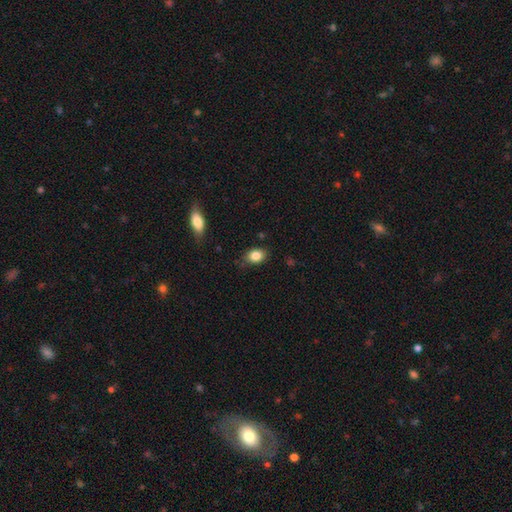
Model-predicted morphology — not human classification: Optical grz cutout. It shows a smooth galaxy with no disk features (84%) that is in between round and cigar-shaped (69%). Merging: none (78%).